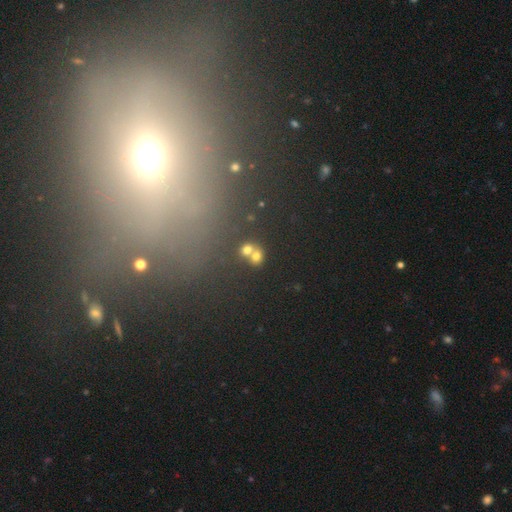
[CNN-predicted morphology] Smooth or featured?
  - smooth: 68% *
  - star or artifact: 20%
  - featured or disk: 12%
How rounded?
  - round: 70% *
  - in between: 29%
  - cigar-shaped: 1%
Merging?
  - merger: 49% *
  - none: 39%
  - minor disturbance: 8%
  - major disturbance: 4%